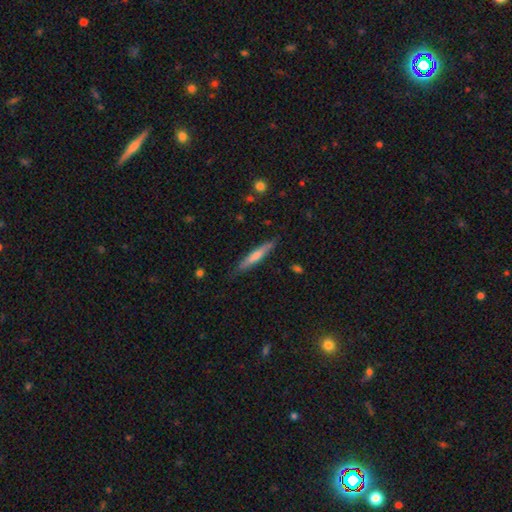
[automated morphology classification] Q: Smooth or featured?
A: smooth (57%); runner-up: featured or disk (37%)
Q: How rounded?
A: cigar-shaped (93%); runner-up: in between (6%)
Q: Merging?
A: none (85%); runner-up: minor disturbance (11%)